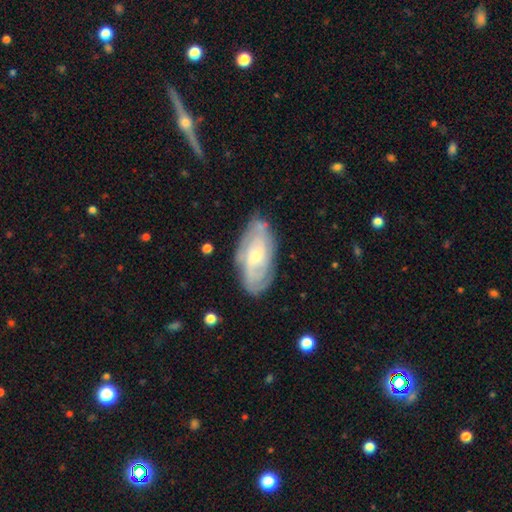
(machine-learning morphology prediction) Smooth or featured?
  - featured or disk: 72% *
  - smooth: 22%
  - star or artifact: 6%
Edge-on disk?
  - no: 92% *
  - yes: 8%
Bar?
  - no: 55% *
  - weak: 35%
  - strong: 9%
Spiral arms?
  - yes: 86% *
  - no: 14%
Spiral winding?
  - tight: 61% *
  - medium: 30%
  - loose: 9%
Spiral arm count?
  - can't tell: 46% *
  - 2: 28%
  - 3: 12%
  - 4: 6%
  - 1: 4%
  - more than 4: 3%
Bulge size?
  - small: 64% *
  - moderate: 31%
  - none: 2%
  - large: 2%
  - dominant: 1%
Merging?
  - none: 75% *
  - minor disturbance: 18%
  - major disturbance: 5%
  - merger: 2%